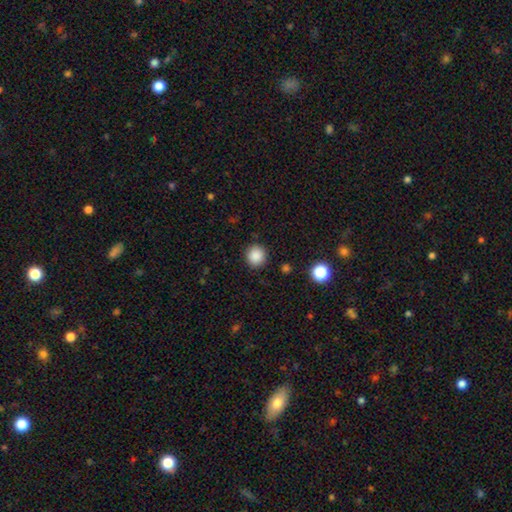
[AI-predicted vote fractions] Smooth or featured?
  - smooth: 87% *
  - star or artifact: 10%
  - featured or disk: 3%
How rounded?
  - round: 89% *
  - in between: 10%
  - cigar-shaped: 1%
Merging?
  - none: 88% *
  - minor disturbance: 8%
  - major disturbance: 2%
  - merger: 2%